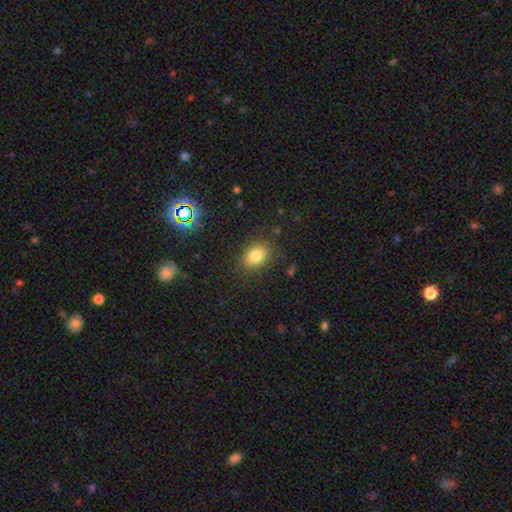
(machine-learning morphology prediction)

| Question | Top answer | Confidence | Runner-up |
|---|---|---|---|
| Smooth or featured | smooth | 79% | star or artifact (12%) |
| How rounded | in between | 69% | round (29%) |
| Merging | none | 84% | minor disturbance (11%) |